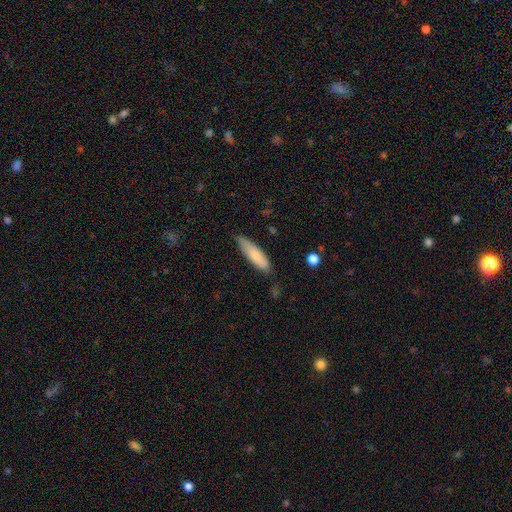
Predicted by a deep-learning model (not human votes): The model was most divided on "how rounded": cigar-shaped: 65%, in between: 34%, round: 1%. More confident: smooth or featured — smooth (78%); merging — none (71%).